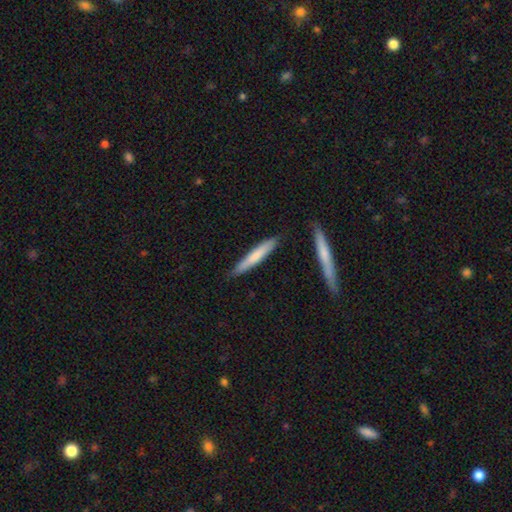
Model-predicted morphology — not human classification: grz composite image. It shows a smooth galaxy with no disk features (67%) that is cigar-shaped (93%). Merging: none (85%).